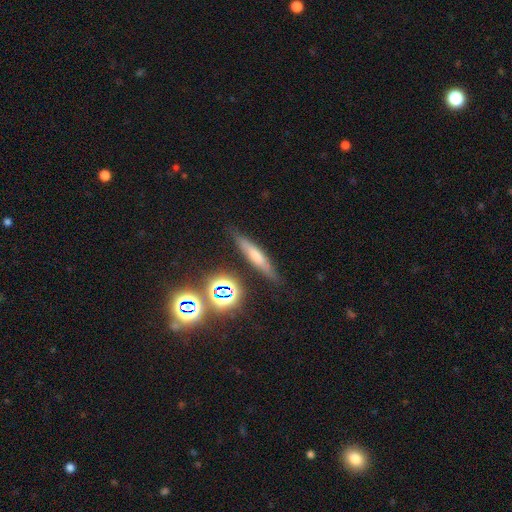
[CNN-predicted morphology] This is marginally a smooth galaxy (41%). Merging: clearly none (83%).